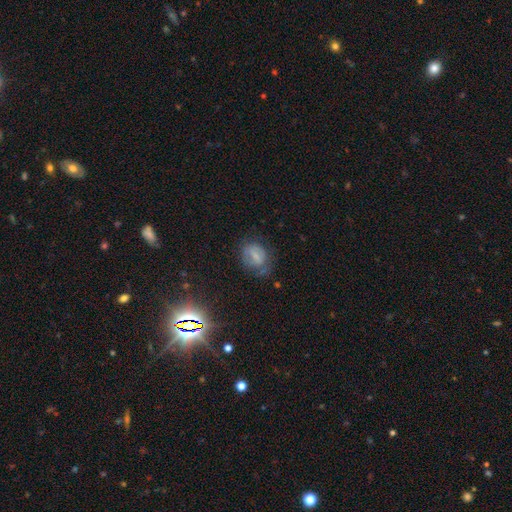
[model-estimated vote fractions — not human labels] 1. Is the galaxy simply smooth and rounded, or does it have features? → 49% smooth, 35% featured or disk, 16% star or artifact.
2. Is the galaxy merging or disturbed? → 53% none, 27% minor disturbance, 17% major disturbance, 3% merger.